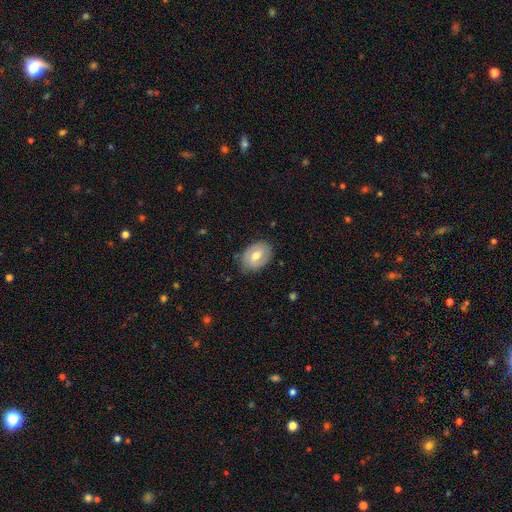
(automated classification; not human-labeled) A smooth galaxy with no disk features (59%) that is in between round and cigar-shaped (78%).

Vote fractions:
- Smooth or featured? smooth: 59% / featured or disk: 35% / star or artifact: 7%
- How rounded? in between: 78% / round: 21% / cigar-shaped: 1%
- Merging? none: 79% / minor disturbance: 16% / major disturbance: 4% / merger: 1%